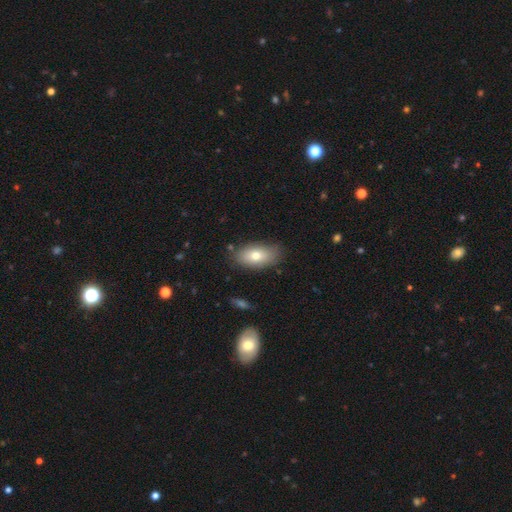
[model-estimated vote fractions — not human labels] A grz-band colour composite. It shows a smooth galaxy with no disk features (72%) that is in between round and cigar-shaped (90%). Merging: none (81%).